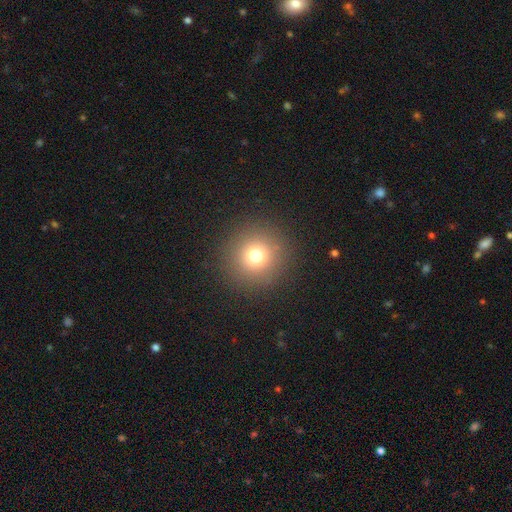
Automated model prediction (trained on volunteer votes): Morphology: type=smooth (73%); roundness=round (96%); merging=none (90%).